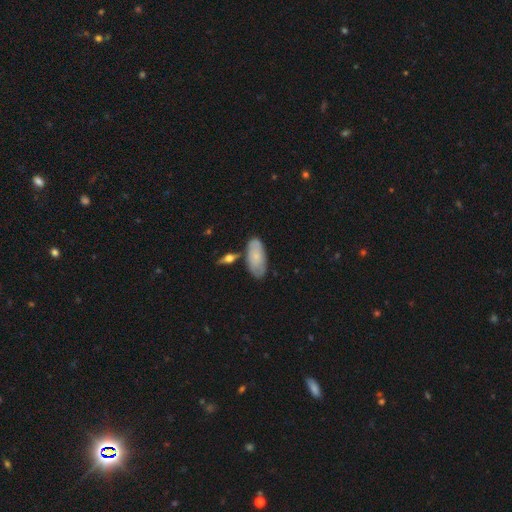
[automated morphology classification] A smooth galaxy with no disk features (67%) that is in between round and cigar-shaped (89%).

Vote fractions:
- Smooth or featured? smooth: 67% / featured or disk: 27% / star or artifact: 6%
- How rounded? in between: 89% / cigar-shaped: 8% / round: 2%
- Merging? none: 70% / minor disturbance: 18% / merger: 8% / major disturbance: 4%